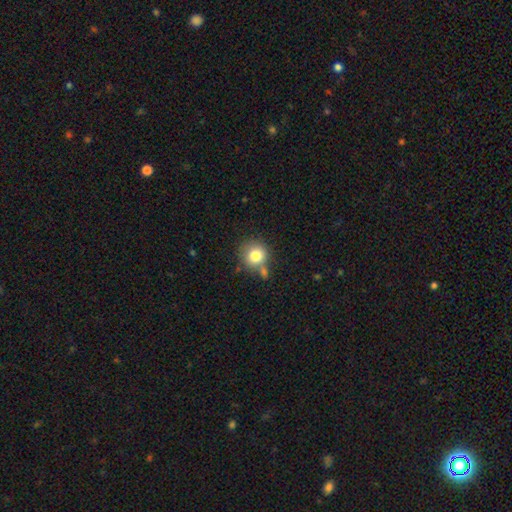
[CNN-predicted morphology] Smooth or featured? smooth (79%)
How rounded? round (89%)
Merging? none (64%)